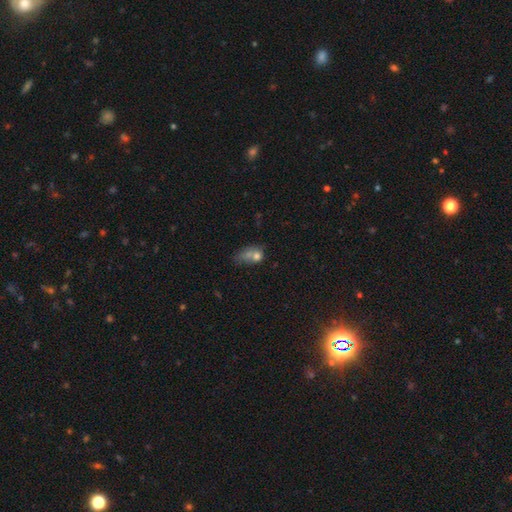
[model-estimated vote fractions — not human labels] A smooth galaxy with no disk features (66%) that is in between round and cigar-shaped (67%).

Vote fractions:
- Smooth or featured? smooth: 66% / featured or disk: 20% / star or artifact: 14%
- How rounded? in between: 67% / round: 29% / cigar-shaped: 4%
- Merging? merger: 31% / major disturbance: 24% / none: 24% / minor disturbance: 21%